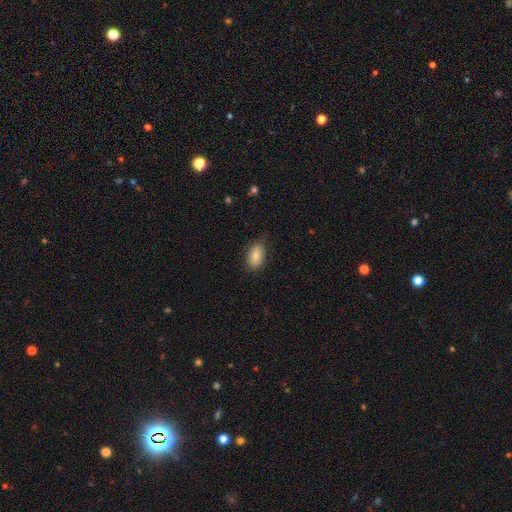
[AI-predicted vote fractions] A smooth galaxy with no disk features (80%) that is in between round and cigar-shaped (90%). Merging: none (79%).